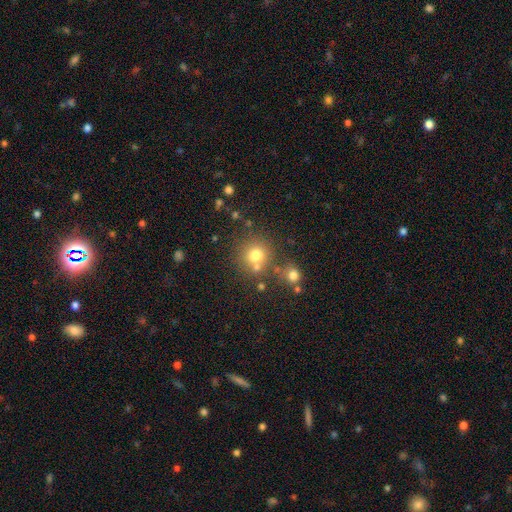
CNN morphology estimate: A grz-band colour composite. It shows a smooth galaxy with no disk features (75%) that is round (90%). Merging: none (67%).